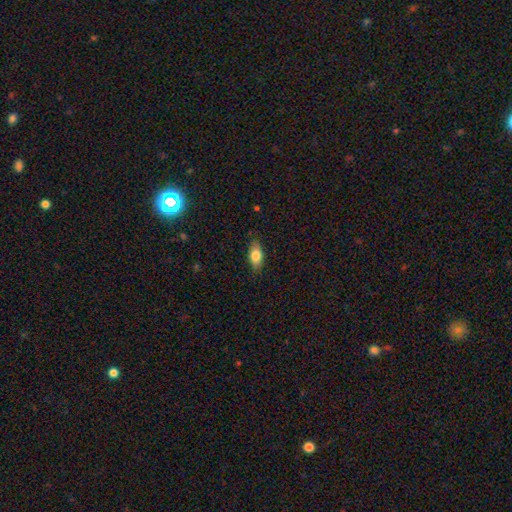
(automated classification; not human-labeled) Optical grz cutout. It shows a smooth galaxy with no disk features (76%) that is in between round and cigar-shaped (82%). Merging: none (85%).